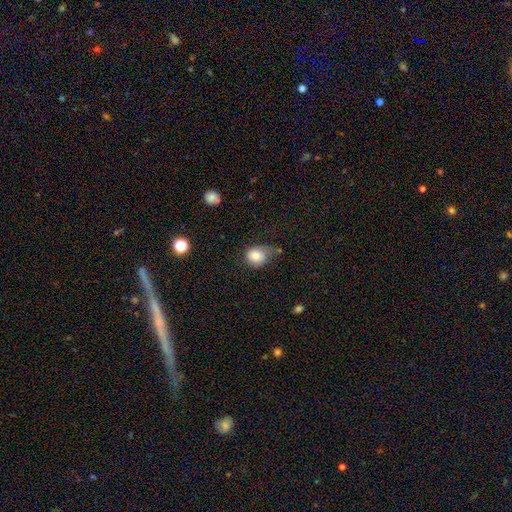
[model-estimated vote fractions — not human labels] Overall: smooth (79%). How rounded: round (67%; in between 32%). Merging: none (44%; minor disturbance 36%).